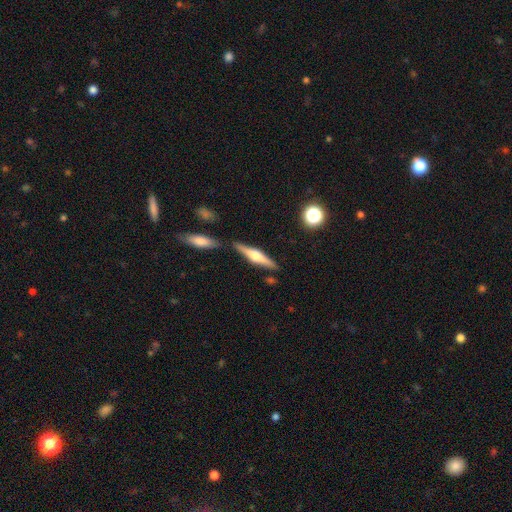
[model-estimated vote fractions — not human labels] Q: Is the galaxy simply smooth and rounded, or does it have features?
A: featured or disk — 64%.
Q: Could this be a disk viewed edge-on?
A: yes — 97%.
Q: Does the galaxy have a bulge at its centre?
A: rounded — 89%.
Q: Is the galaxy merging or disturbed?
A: none — 80%.